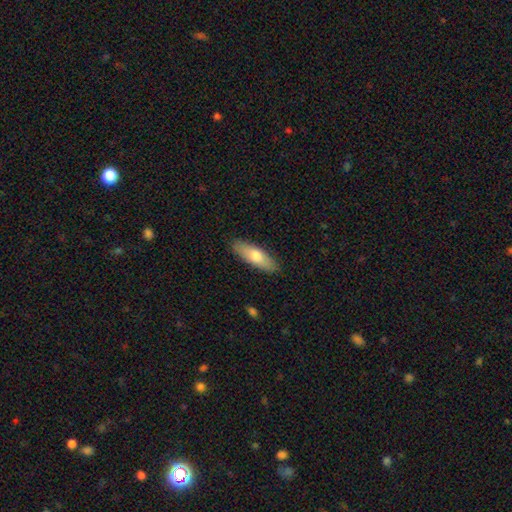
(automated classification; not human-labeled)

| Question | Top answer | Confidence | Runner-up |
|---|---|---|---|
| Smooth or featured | smooth | 71% | featured or disk (23%) |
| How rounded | in between | 56% | cigar-shaped (42%) |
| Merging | none | 88% | minor disturbance (9%) |